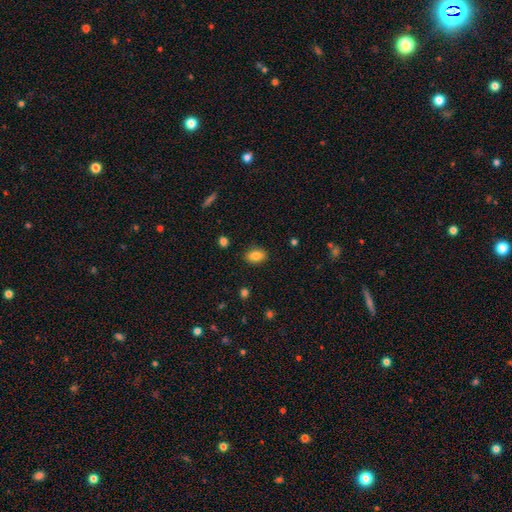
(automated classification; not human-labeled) Smooth or featured? Predicted: smooth (p=0.85). How rounded? Predicted: in between (p=0.84). Merging? Predicted: none (p=0.87).